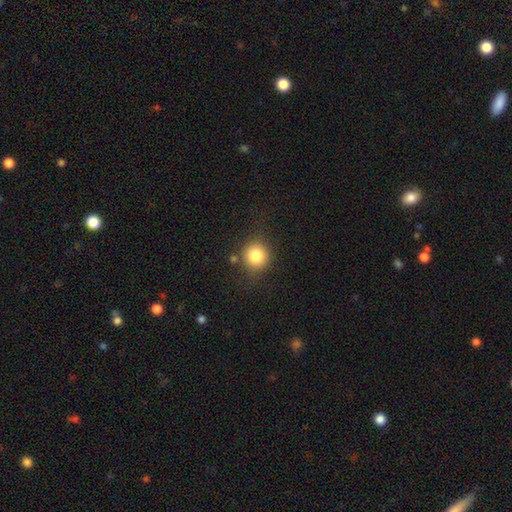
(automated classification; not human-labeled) A smooth galaxy with no disk features (83%) that is round (90%).

Vote fractions:
- Smooth or featured? smooth: 83% / star or artifact: 11% / featured or disk: 7%
- How rounded? round: 90% / in between: 9% / cigar-shaped: 1%
- Merging? none: 80% / minor disturbance: 11% / merger: 5% / major disturbance: 4%